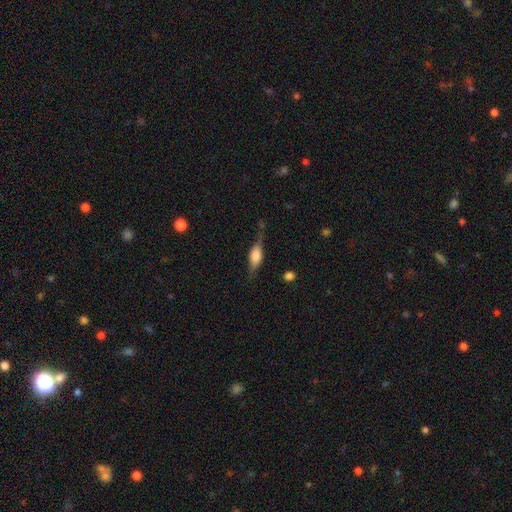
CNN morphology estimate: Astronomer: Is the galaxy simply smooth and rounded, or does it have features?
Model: featured or disk — 51% (runner-up: smooth, 42%).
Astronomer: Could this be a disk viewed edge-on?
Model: yes — 92%.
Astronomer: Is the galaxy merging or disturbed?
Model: none — 67%.